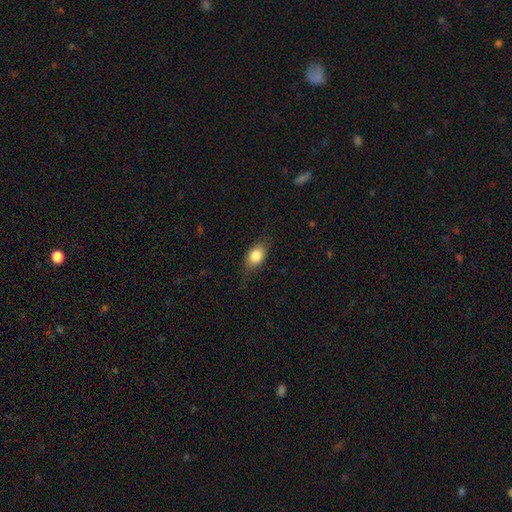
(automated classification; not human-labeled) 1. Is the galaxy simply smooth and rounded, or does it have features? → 81% smooth, 12% featured or disk, 7% star or artifact.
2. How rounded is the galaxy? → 80% in between, 16% round, 4% cigar-shaped.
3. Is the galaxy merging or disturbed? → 73% none, 20% minor disturbance, 5% major disturbance, 1% merger.